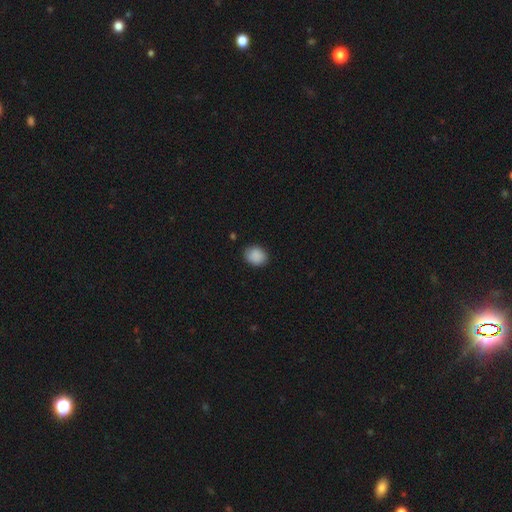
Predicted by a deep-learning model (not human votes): Q: Smooth or featured?
A: smooth (89%); runner-up: star or artifact (8%)
Q: How rounded?
A: round (56%); runner-up: in between (43%)
Q: Merging?
A: none (84%); runner-up: minor disturbance (12%)